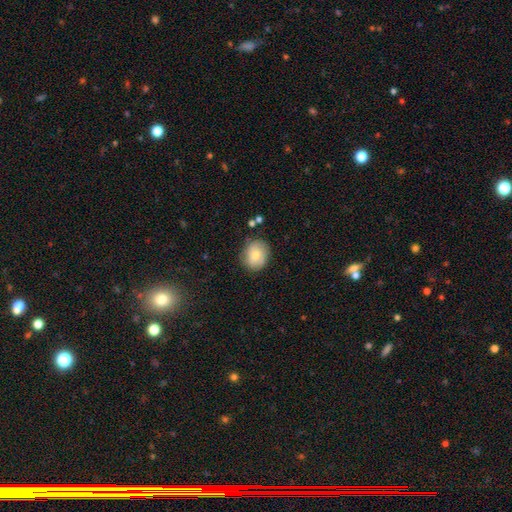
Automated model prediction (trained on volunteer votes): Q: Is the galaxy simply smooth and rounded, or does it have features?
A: smooth — 75%.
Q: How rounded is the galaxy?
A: round — 62%.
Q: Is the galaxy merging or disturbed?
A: none — 76%.